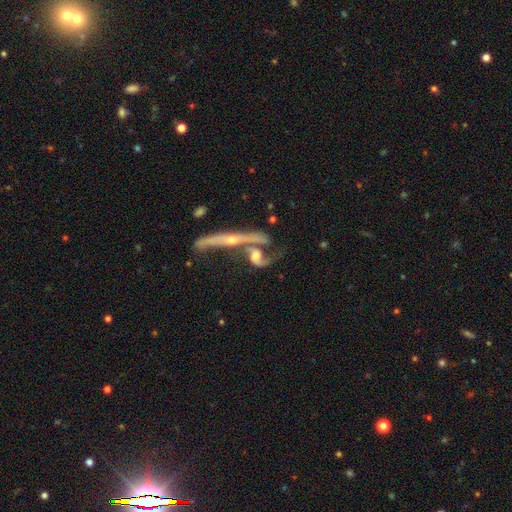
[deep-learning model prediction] Smooth or featured: featured or disk — 78% (smooth — 15%)
Edge-on disk: no — 66% (yes — 34%)
Bar: no — 64% (weak — 27%)
Spiral arms: yes — 83% (no — 17%)
Bulge size: moderate — 56% (small — 23%)
Merging: merger — 51% (none — 27%)